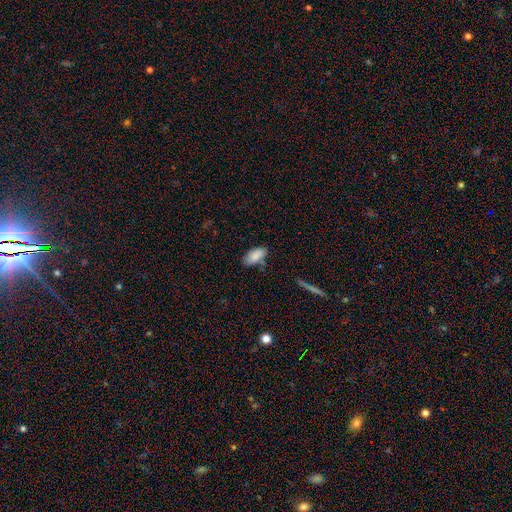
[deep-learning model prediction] Overall: smooth (87%). How rounded: in between (92%). Merging: none (69%).